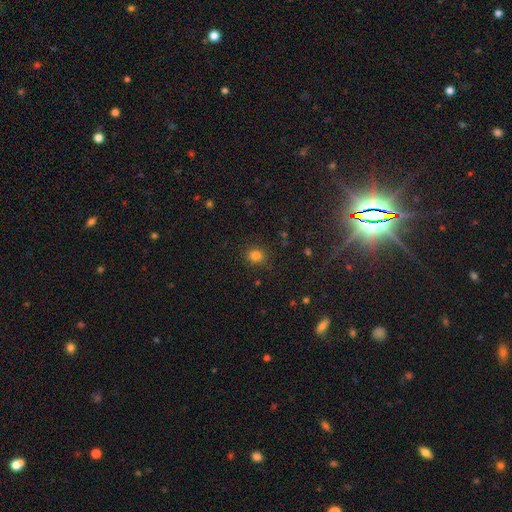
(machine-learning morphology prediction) smooth_or_featured: smooth (p=0.82) [alt: star or artifact p=0.14]
how_rounded: round (p=0.69) [alt: in between p=0.30]
merging: none (p=0.85) [alt: minor disturbance p=0.10]